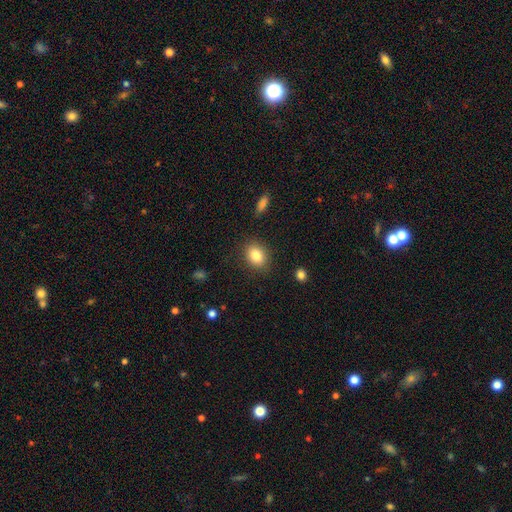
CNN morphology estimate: A smooth galaxy with no disk features (83%) that is in between round and cigar-shaped (59%).

Vote fractions:
- Smooth or featured? smooth: 83% / star or artifact: 9% / featured or disk: 8%
- How rounded? in between: 59% / round: 40% / cigar-shaped: 1%
- Merging? none: 86% / minor disturbance: 10% / major disturbance: 3% / merger: 1%